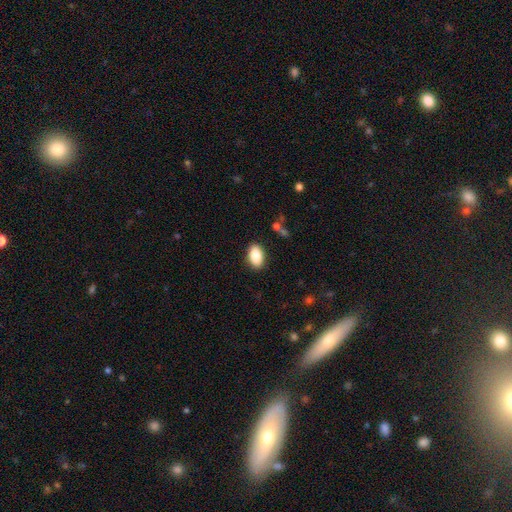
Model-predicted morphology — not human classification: smooth_or_featured: smooth (p=0.86) [alt: star or artifact p=0.07]
how_rounded: in between (p=0.91) [alt: round p=0.07]
merging: none (p=0.88) [alt: minor disturbance p=0.09]